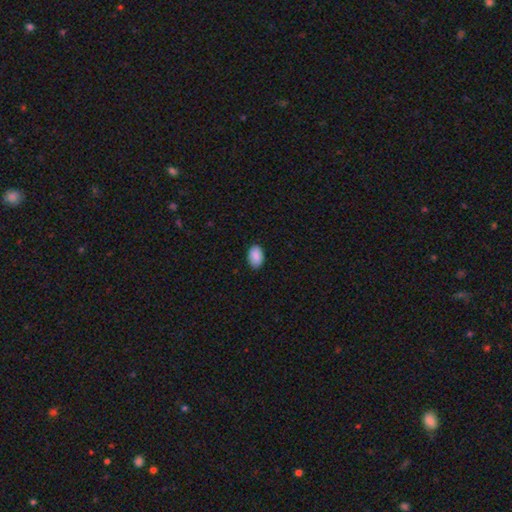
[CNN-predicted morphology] Q: Smooth or featured?
A: smooth (90%); runner-up: star or artifact (6%)
Q: How rounded?
A: in between (91%); runner-up: round (8%)
Q: Merging?
A: none (86%); runner-up: minor disturbance (11%)